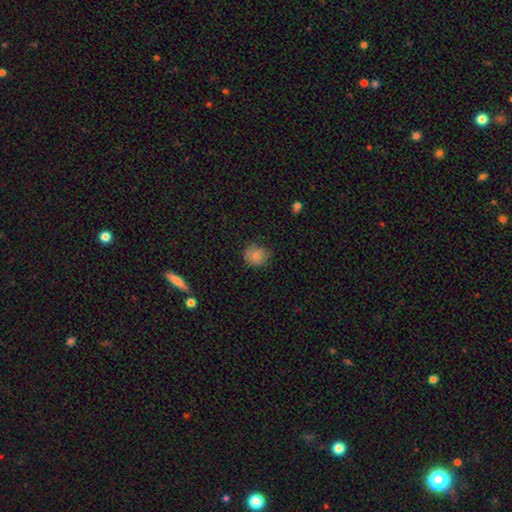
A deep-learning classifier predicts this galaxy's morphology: smooth-or-featured: smooth: 79% | featured or disk: 12% | star or artifact: 10%
  how-rounded: round: 75% | in between: 24% | cigar-shaped: 1%
  merging: none: 69% | minor disturbance: 24% | major disturbance: 5% | merger: 2%